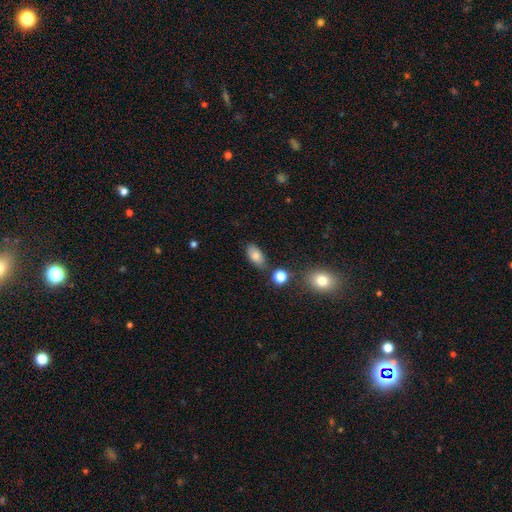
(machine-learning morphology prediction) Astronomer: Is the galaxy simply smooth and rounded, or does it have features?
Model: smooth — 78%.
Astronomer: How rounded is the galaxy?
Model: in between — 90%.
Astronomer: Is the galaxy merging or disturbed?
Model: none — 78%.